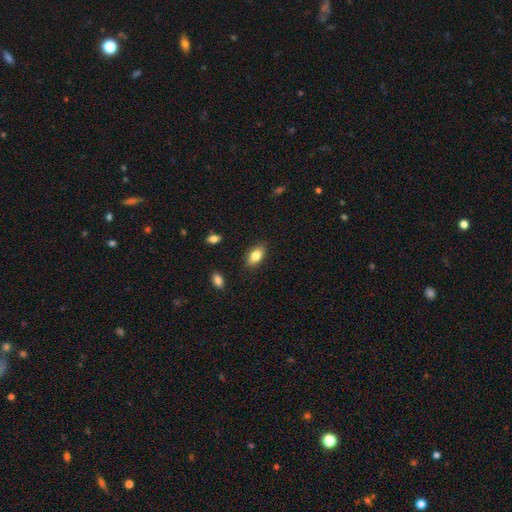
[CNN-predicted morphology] A smooth galaxy with no disk features (81%) that is in between round and cigar-shaped (90%). Merging: none (86%).